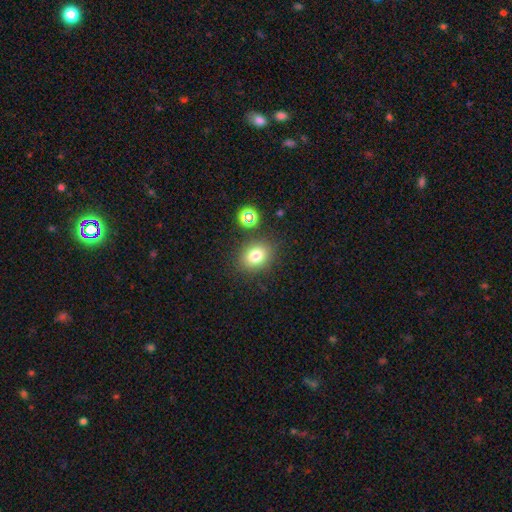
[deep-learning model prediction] This appears to be a smooth galaxy with no disk features (77%) that is round (59%). Merging: none (82%).